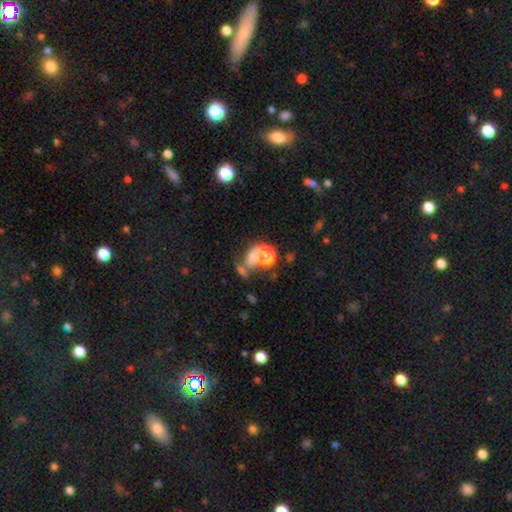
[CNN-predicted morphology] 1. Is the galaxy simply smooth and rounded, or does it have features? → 42% star or artifact, 40% smooth, 18% featured or disk.